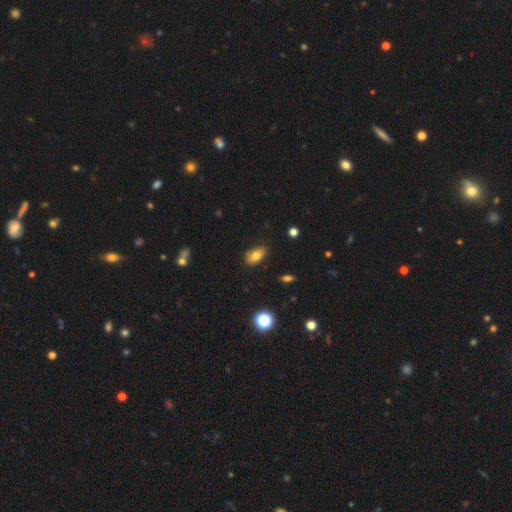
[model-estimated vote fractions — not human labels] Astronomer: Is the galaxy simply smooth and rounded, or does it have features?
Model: smooth — 78%.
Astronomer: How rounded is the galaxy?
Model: in between — 89%.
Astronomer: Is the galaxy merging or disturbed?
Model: none — 82%.